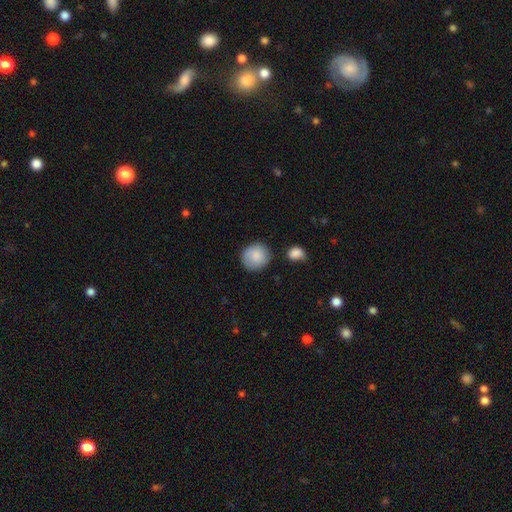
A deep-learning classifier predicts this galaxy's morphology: This is clearly a smooth galaxy (84%). How rounded: clearly round (87%). Merging: likely none (76%).